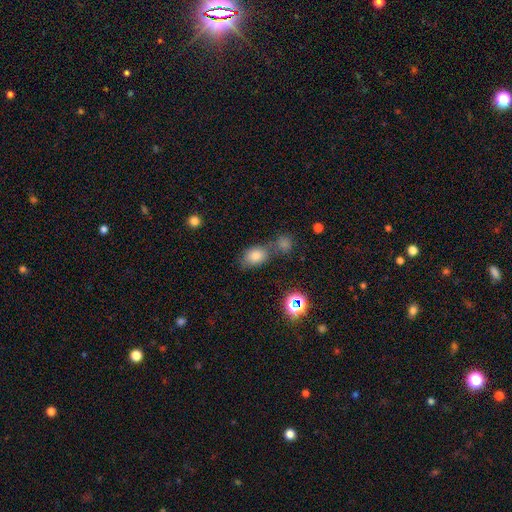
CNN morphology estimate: A smooth galaxy with no disk features (76%) that is in between round and cigar-shaped (73%). Merging: none (56%).